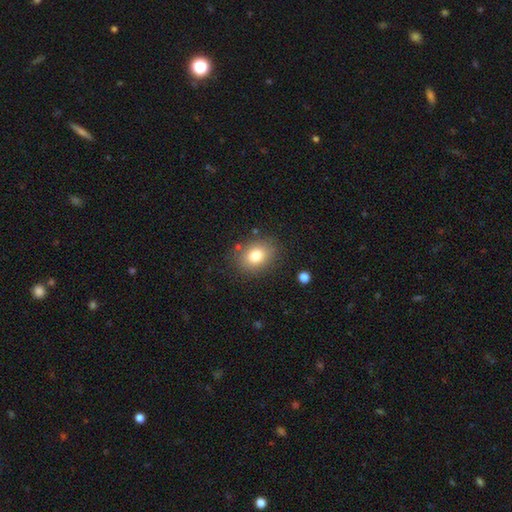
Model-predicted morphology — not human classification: smooth 80%, featured or disk 10%, star or artifact 10%. Down the decision tree: how rounded — in between (55%); merging — none (82%).